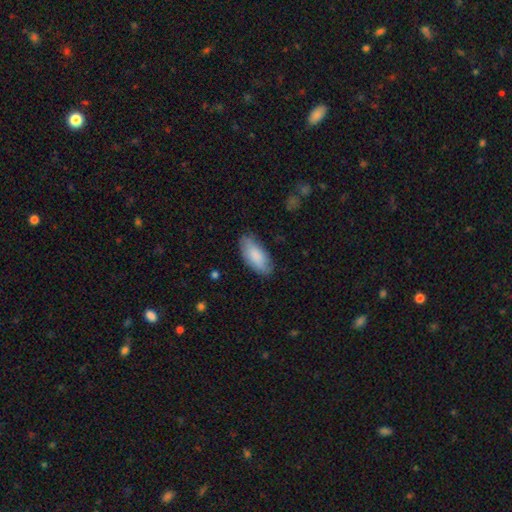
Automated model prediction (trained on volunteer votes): smooth-or-featured: smooth: 83% | featured or disk: 11% | star or artifact: 5%
  how-rounded: in between: 86% | cigar-shaped: 12% | round: 2%
  merging: none: 79% | minor disturbance: 16% | major disturbance: 3% | merger: 1%